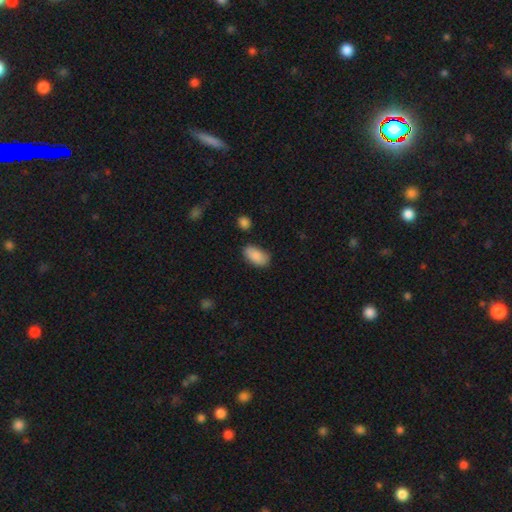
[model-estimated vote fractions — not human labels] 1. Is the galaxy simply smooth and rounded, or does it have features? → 88% smooth, 7% star or artifact, 5% featured or disk.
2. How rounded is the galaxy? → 94% in between, 4% round, 2% cigar-shaped.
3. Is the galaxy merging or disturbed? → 72% none, 21% minor disturbance, 4% major disturbance, 3% merger.